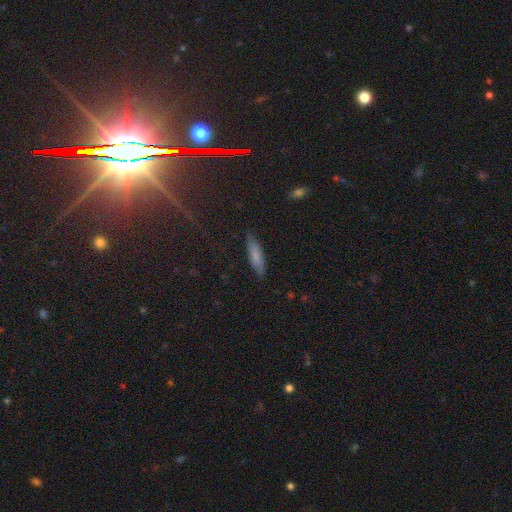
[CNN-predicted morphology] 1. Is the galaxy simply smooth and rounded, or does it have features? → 70% smooth, 21% featured or disk, 9% star or artifact.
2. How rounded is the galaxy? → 71% cigar-shaped, 27% in between, 2% round.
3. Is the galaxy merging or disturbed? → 84% none, 12% minor disturbance, 2% major disturbance, 1% merger.